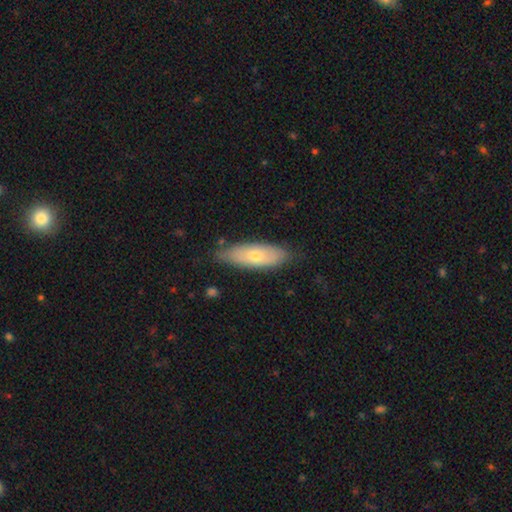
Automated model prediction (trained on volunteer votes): Overall: smooth (61%; featured or disk 32%). How rounded: in between (64%; cigar-shaped 33%). Merging: none (76%).